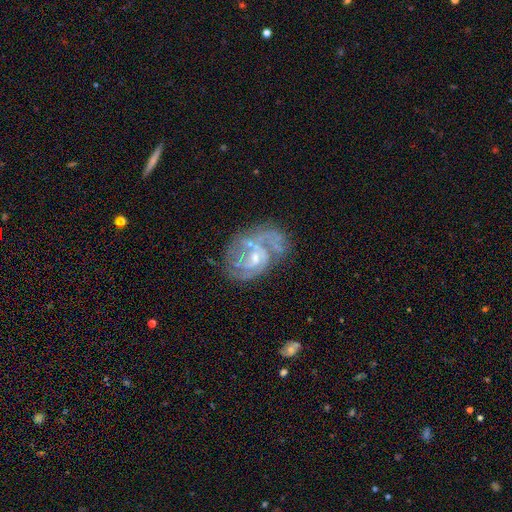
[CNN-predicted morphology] featured or disk 84%, smooth 9%, star or artifact 8%. Down the decision tree: edge-on disk — no (98%); bar — no (47%); spiral arms — yes (91%); spiral arm count — 2 (35%); spiral winding — tight (49%); bulge size — small (54%); merging — none (53%).